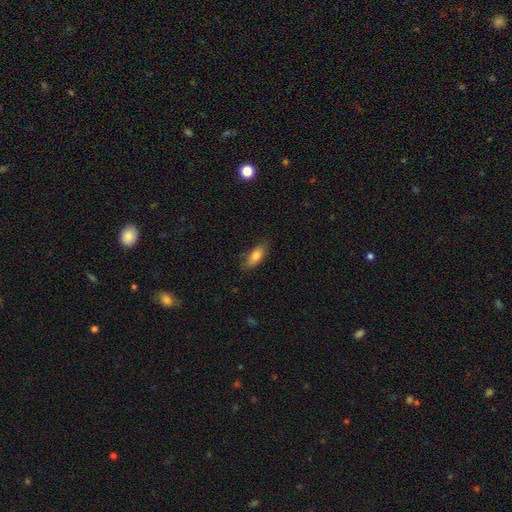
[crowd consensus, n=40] Smooth or featured?
  - smooth: 80% *
  - star or artifact: 12%
  - featured or disk: 8%
How rounded?
  - in between: 84% *
  - round: 9%
  - cigar-shaped: 6%
Merging?
  - none: 66% *
  - minor disturbance: 17%
  - major disturbance: 11%
  - merger: 6%